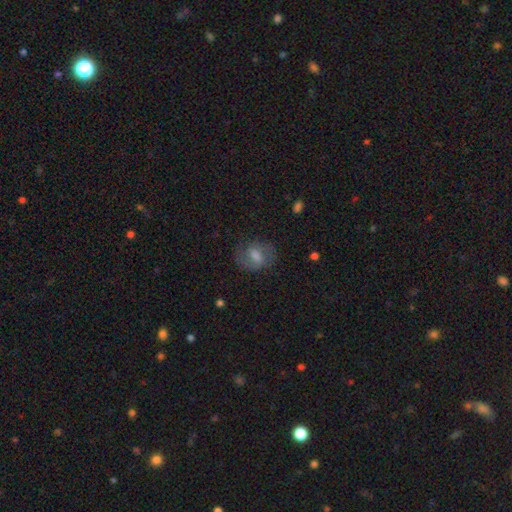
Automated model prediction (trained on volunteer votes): featured or disk 48%, smooth 41%, star or artifact 11%. Down the decision tree: merging — none (74%).